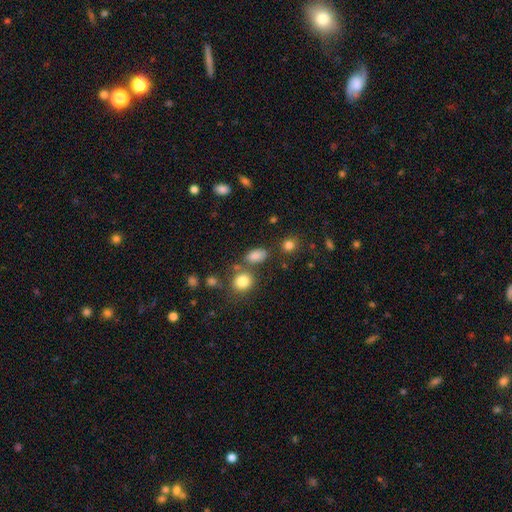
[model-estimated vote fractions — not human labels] Smooth or featured: smooth — 82% (star or artifact — 12%)
How rounded: in between — 77% (round — 21%)
Merging: none — 66% (minor disturbance — 15%)